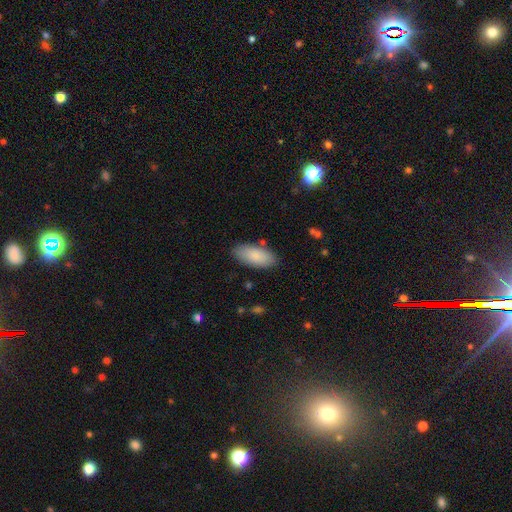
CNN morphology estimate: type=smooth (87%); roundness=in between (90%); merging=none (83%).